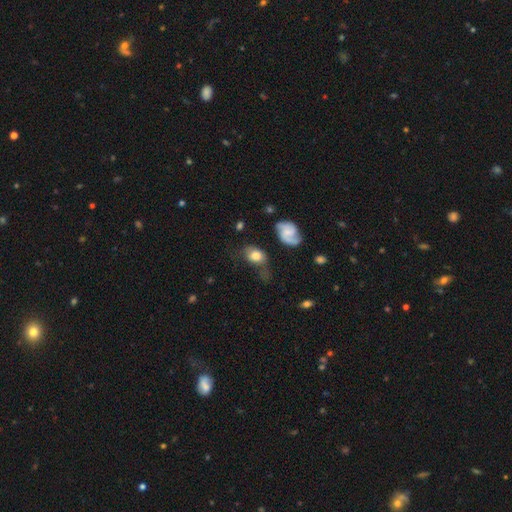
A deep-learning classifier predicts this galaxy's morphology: A smooth galaxy with no disk features (65%) that is in between round and cigar-shaped (71%). Merging: none (39%).